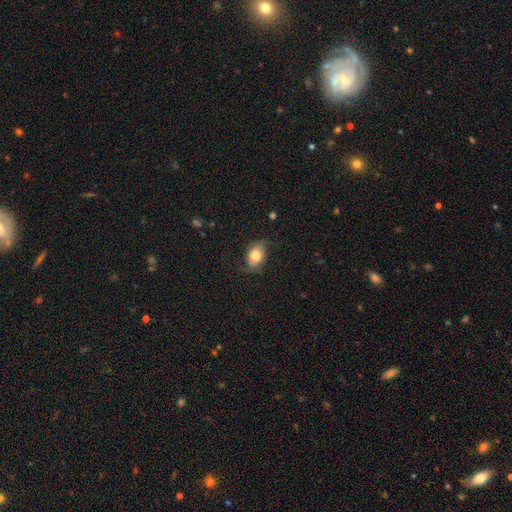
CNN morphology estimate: A smooth galaxy with no disk features (74%) that is in between round and cigar-shaped (85%). Merging: none (70%).